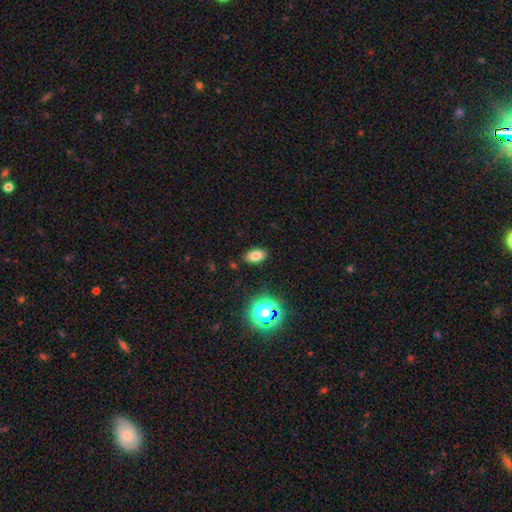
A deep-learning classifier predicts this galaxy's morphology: type=smooth (77%); roundness=in between (89%); merging=none (87%).